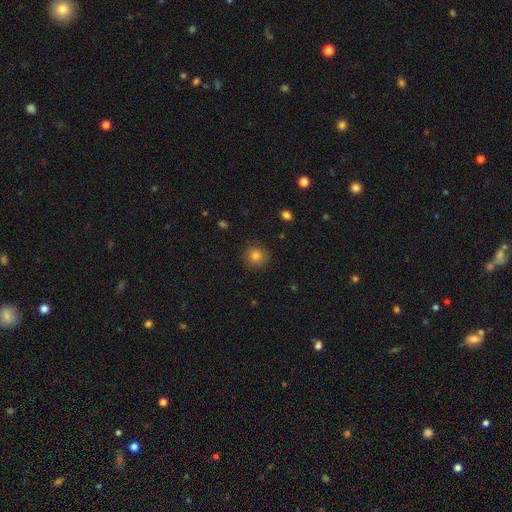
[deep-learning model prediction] smooth_or_featured: smooth (p=0.78) [alt: star or artifact p=0.12]
how_rounded: round (p=0.89) [alt: in between p=0.10]
merging: none (p=0.85) [alt: minor disturbance p=0.11]